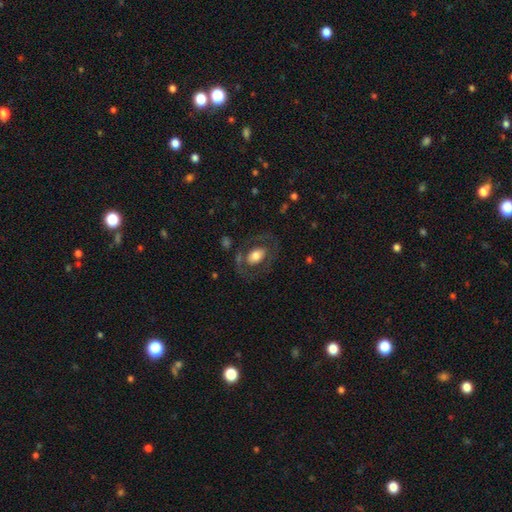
This appears to be a smooth galaxy with no disk features (53%) that is in between round and cigar-shaped (80%). Merging: none (71%).